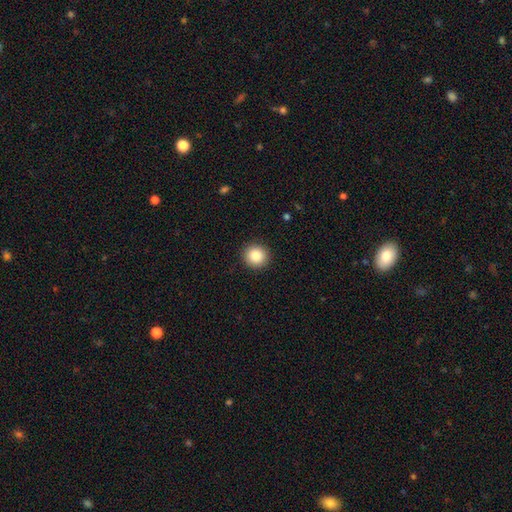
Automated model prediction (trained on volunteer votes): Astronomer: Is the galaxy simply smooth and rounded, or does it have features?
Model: smooth — 85%.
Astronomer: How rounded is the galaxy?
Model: round — 92%.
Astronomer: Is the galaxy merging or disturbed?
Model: none — 92%.